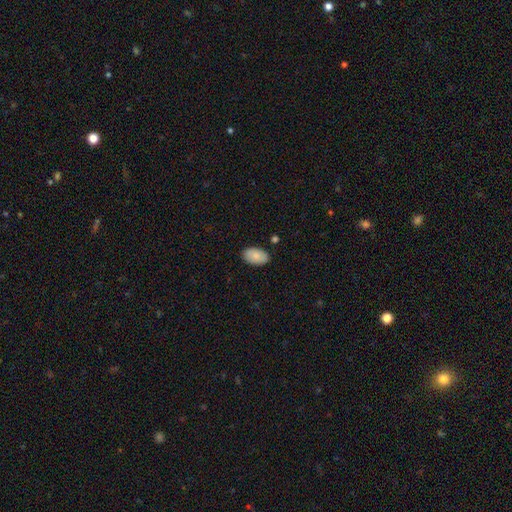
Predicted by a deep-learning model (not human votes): Smooth or featured? Predicted: smooth (p=0.85). How rounded? Predicted: in between (p=0.94). Merging? Predicted: none (p=0.86).